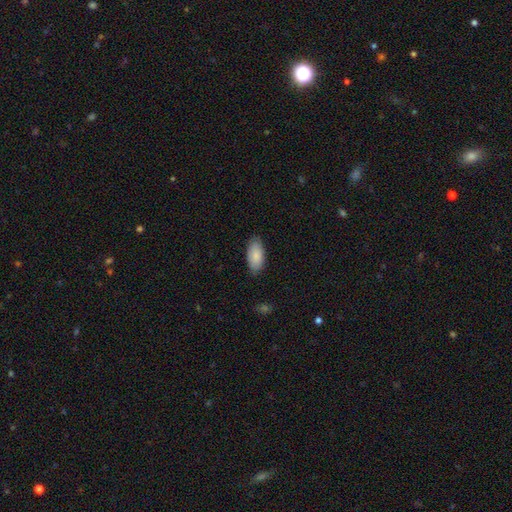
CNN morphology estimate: type=smooth (87%); roundness=in between (92%); merging=none (85%).